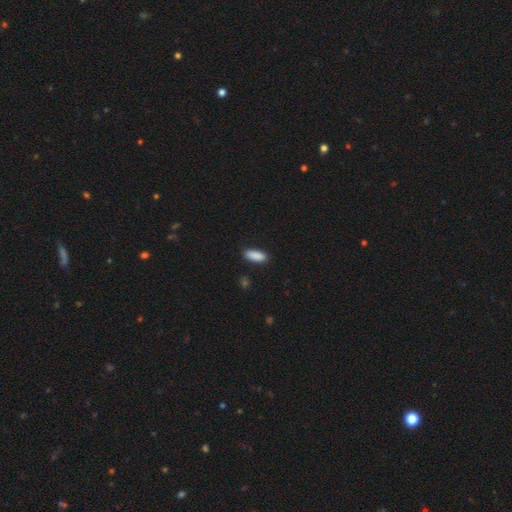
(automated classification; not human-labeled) This is clearly a smooth galaxy (90%). How rounded: likely in between (77%). Merging: clearly none (88%).